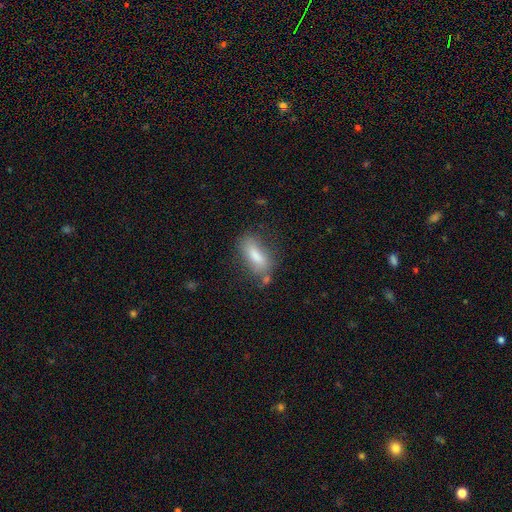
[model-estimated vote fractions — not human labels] A smooth galaxy with no disk features (75%) that is in between round and cigar-shaped (70%). Merging: none (61%).